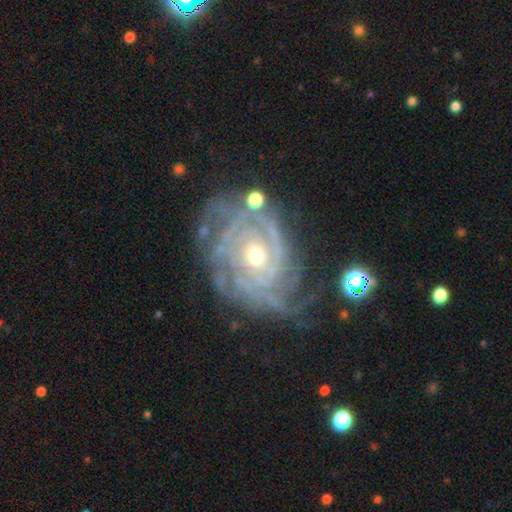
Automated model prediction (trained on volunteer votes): smooth_or_featured: featured or disk (p=0.90) [alt: star or artifact p=0.06]
disk_edge_on: no (p=0.97) [alt: yes p=0.03]
bar: no (p=0.72) [alt: weak p=0.20]
has_spiral_arms: yes (p=0.97) [alt: no p=0.03]
spiral_winding: tight (p=0.77) [alt: medium p=0.19]
spiral_arm_count: can't tell (p=0.27) [alt: 4 p=0.20]
bulge_size: moderate (p=0.54) [alt: small p=0.43]
merging: none (p=0.67) [alt: minor disturbance p=0.21]